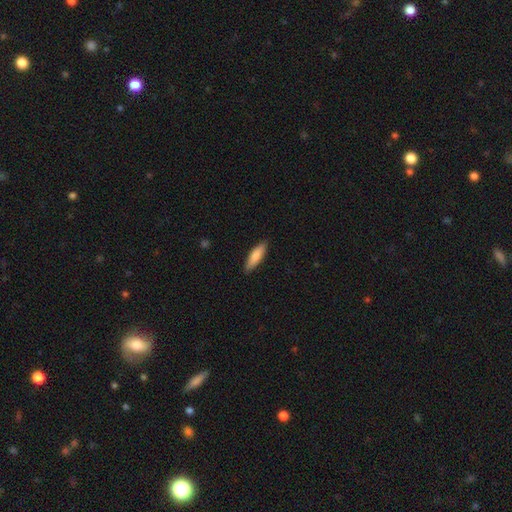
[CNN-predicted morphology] smooth-or-featured: smooth: 82% | featured or disk: 12% | star or artifact: 5%
  how-rounded: cigar-shaped: 62% | in between: 36% | round: 2%
  merging: none: 88% | minor disturbance: 9% | major disturbance: 2% | merger: 1%